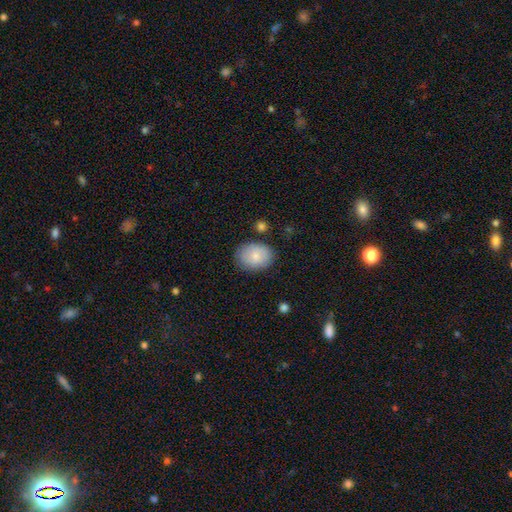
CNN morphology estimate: Overall: smooth (79%). How rounded: in between (65%; round 34%). Merging: none (80%).